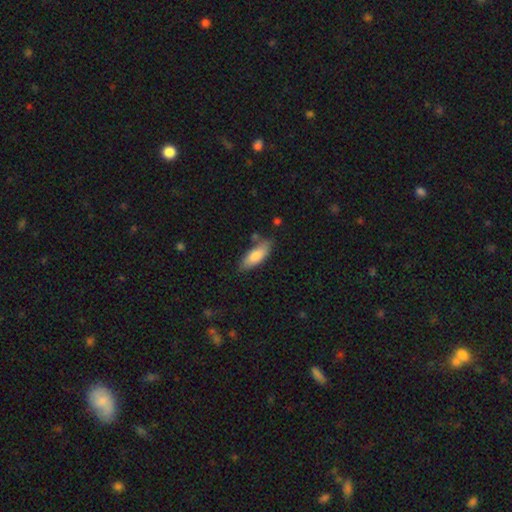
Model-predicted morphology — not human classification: Q: Smooth or featured?
A: smooth (82%); runner-up: featured or disk (12%)
Q: How rounded?
A: in between (72%); runner-up: cigar-shaped (26%)
Q: Merging?
A: none (73%); runner-up: minor disturbance (18%)